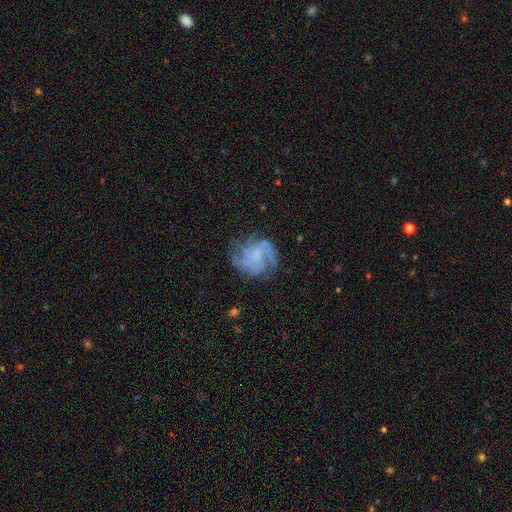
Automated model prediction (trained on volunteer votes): This is likely a featured or disk galaxy (73%). It is clearly not viewed edge-on (98%). Bar: likely no (61%). Spiral arm pattern: clearly yes (89%). Spiral arm count: marginally 3 (27%, tied with can't tell). Spiral winding: marginally medium (45%). Central bulge: possibly none (49%). Merging: likely none (66%).